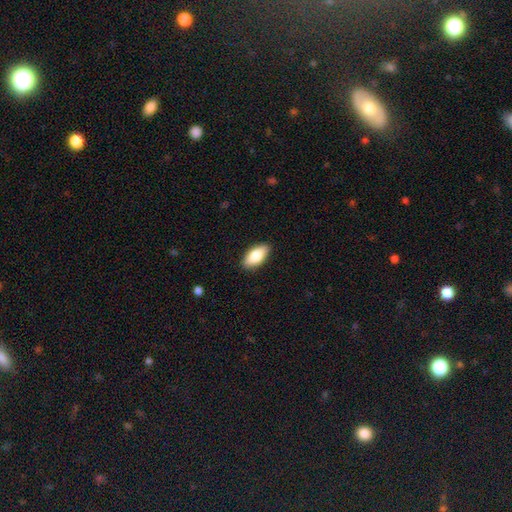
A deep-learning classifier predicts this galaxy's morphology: Q: Smooth or featured?
A: smooth (80%); runner-up: featured or disk (14%)
Q: How rounded?
A: in between (90%); runner-up: cigar-shaped (7%)
Q: Merging?
A: none (89%); runner-up: minor disturbance (9%)